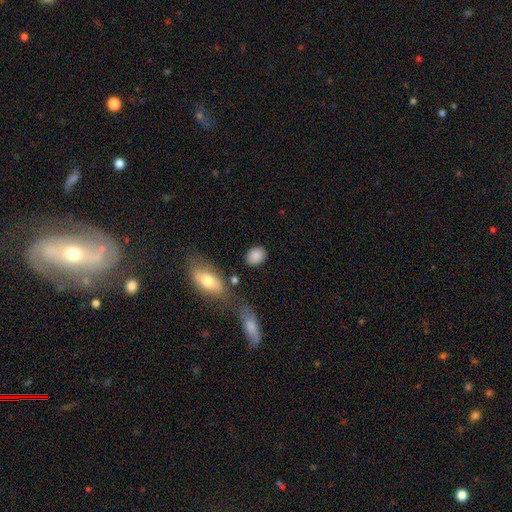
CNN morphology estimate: This is clearly a smooth galaxy (87%). How rounded: likely in between (65%). Merging: clearly none (82%).